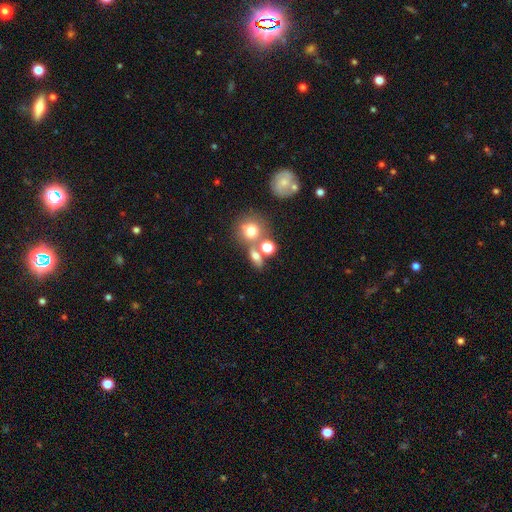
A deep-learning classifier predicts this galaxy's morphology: type=smooth (64%); roundness=in between (50%); merging=none (51%).